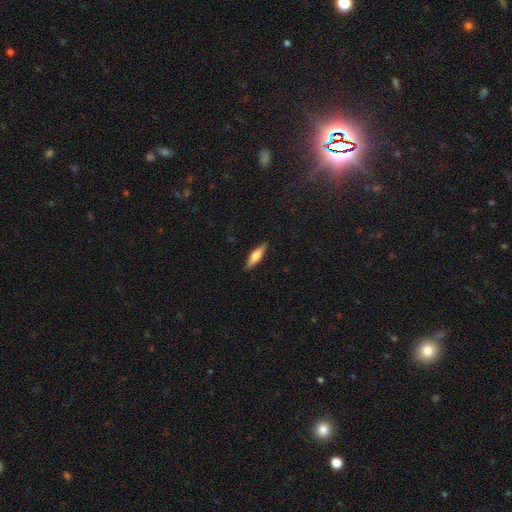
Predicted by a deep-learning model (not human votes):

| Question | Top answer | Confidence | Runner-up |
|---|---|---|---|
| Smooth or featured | smooth | 60% | featured or disk (34%) |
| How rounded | cigar-shaped | 67% | in between (31%) |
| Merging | none | 88% | minor disturbance (9%) |